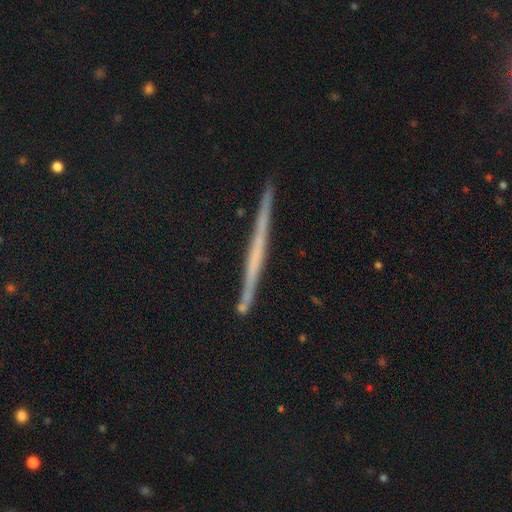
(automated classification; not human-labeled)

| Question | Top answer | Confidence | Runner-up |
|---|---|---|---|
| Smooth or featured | featured or disk | 62% | smooth (28%) |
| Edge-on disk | yes | 98% | no (2%) |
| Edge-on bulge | none | 85% | rounded (9%) |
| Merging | none | 90% | minor disturbance (7%) |